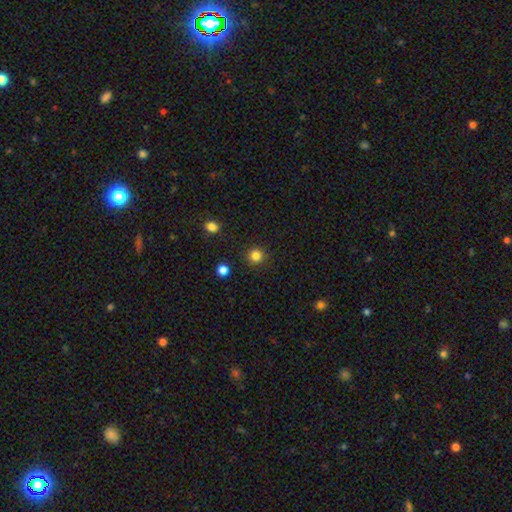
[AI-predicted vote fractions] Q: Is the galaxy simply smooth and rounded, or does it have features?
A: smooth — 83%.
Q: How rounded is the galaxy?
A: round — 94%.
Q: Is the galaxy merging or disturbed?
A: none — 91%.